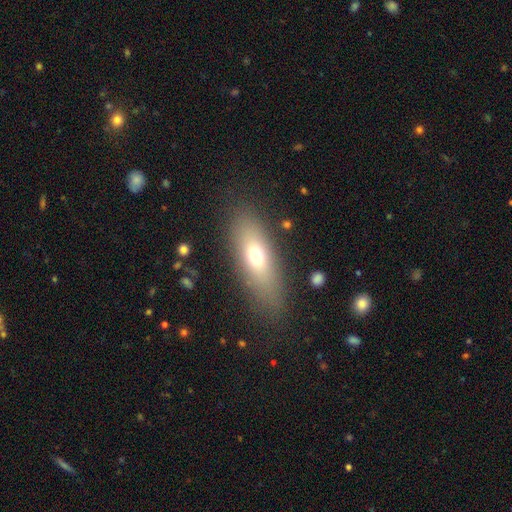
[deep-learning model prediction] smooth 66%, featured or disk 24%, star or artifact 10%. Down the decision tree: how rounded — in between (64%); merging — none (81%).